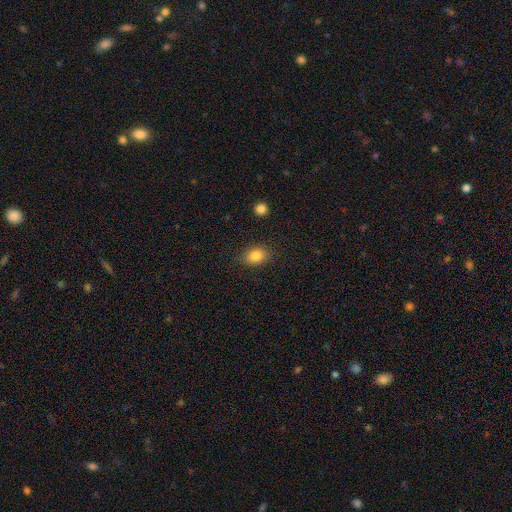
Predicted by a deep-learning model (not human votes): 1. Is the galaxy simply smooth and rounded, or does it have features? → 83% smooth, 10% star or artifact, 7% featured or disk.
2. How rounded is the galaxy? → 69% in between, 30% round, 1% cigar-shaped.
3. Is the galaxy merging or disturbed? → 83% none, 13% minor disturbance, 3% major disturbance, 2% merger.